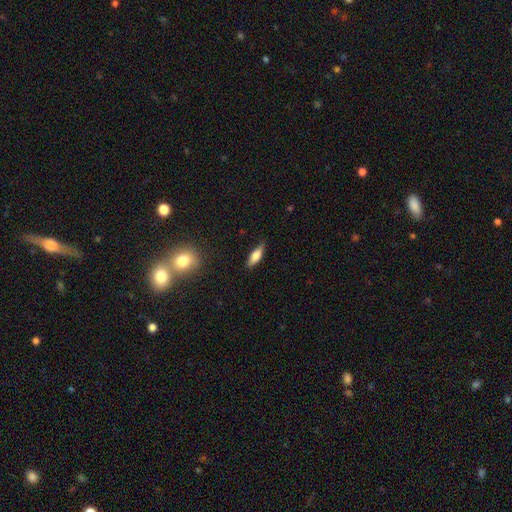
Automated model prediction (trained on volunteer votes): A smooth galaxy with no disk features (69%) that is in between round and cigar-shaped (50%). Merging: none (78%).